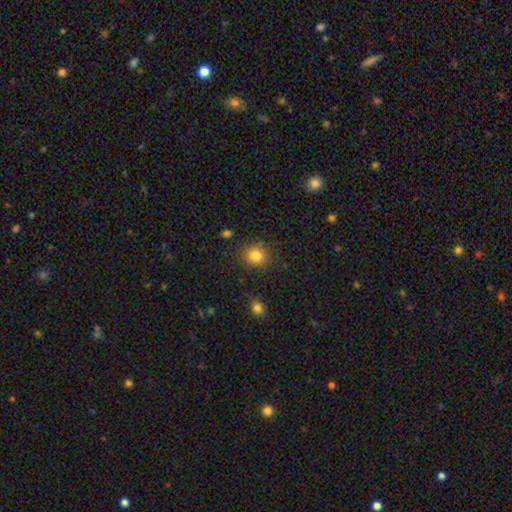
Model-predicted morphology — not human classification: A smooth galaxy with no disk features (82%) that is round (81%). Merging: none (85%).